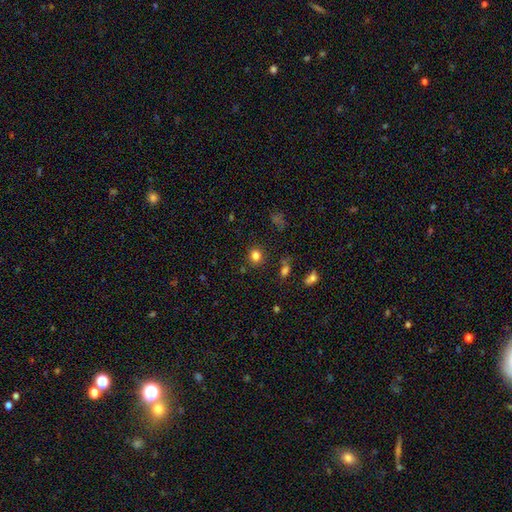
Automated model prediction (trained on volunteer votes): Smooth or featured: smooth — 81% (star or artifact — 13%)
How rounded: round — 78% (in between — 21%)
Merging: none — 86% (minor disturbance — 8%)